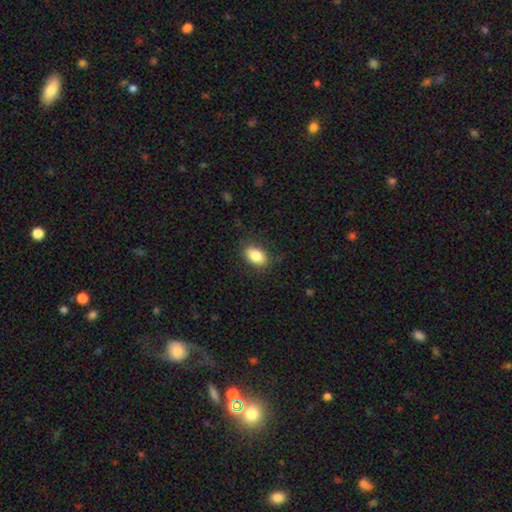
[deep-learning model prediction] The model was most divided on "merging": none: 84%, minor disturbance: 12%, major disturbance: 3%, merger: 1%. More confident: how rounded — in between (88%); smooth or featured — smooth (83%).